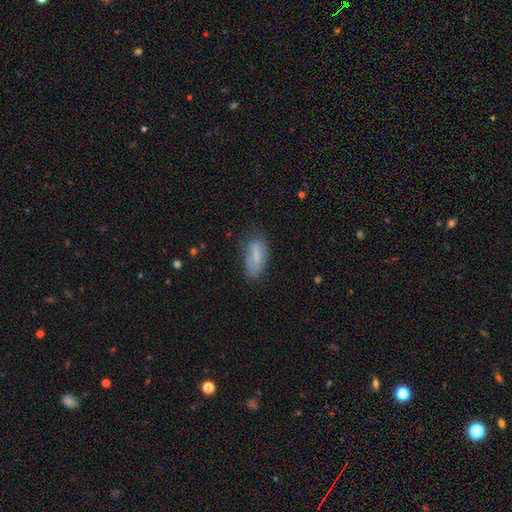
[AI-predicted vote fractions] smooth_or_featured: smooth (p=0.66) [alt: featured or disk p=0.25]
how_rounded: in between (p=0.70) [alt: cigar-shaped p=0.27]
merging: none (p=0.62) [alt: minor disturbance p=0.25]